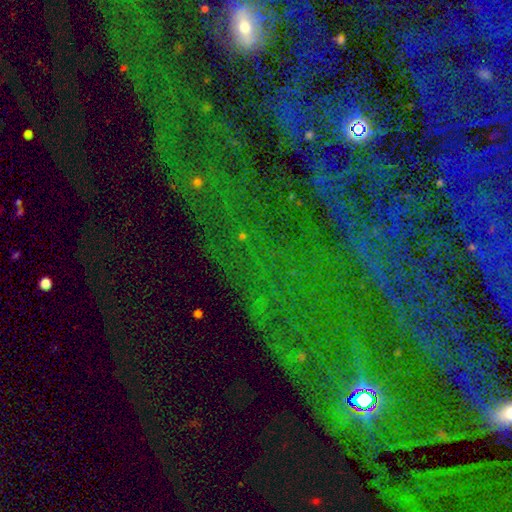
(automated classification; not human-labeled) Smooth or featured: star or artifact — 79% (featured or disk — 12%)